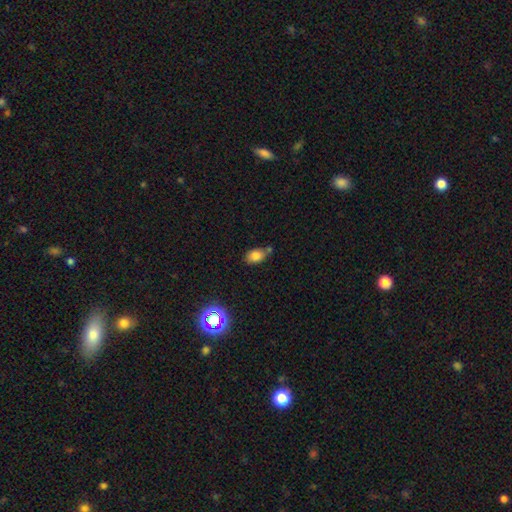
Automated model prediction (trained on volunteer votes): Overall: smooth (79%). How rounded: in between (81%). Merging: none (52%; minor disturbance 24%).